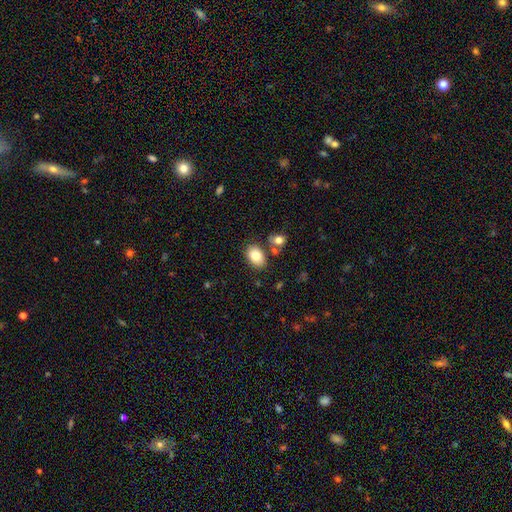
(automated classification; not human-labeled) Q: Smooth or featured?
A: smooth (84%); runner-up: featured or disk (9%)
Q: How rounded?
A: in between (87%); runner-up: round (12%)
Q: Merging?
A: none (76%); runner-up: minor disturbance (12%)